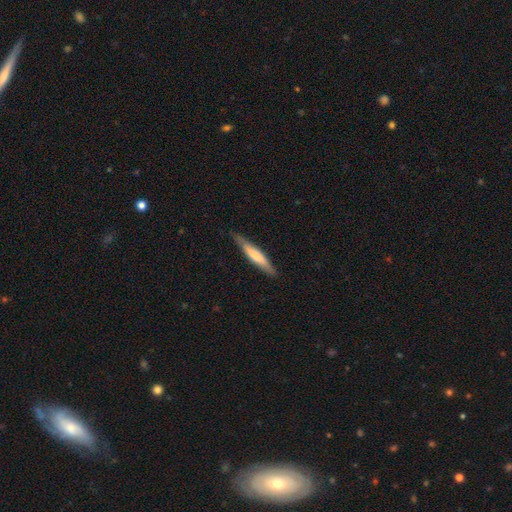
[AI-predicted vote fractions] smooth 59%, featured or disk 36%, star or artifact 5%. Down the decision tree: how rounded — cigar-shaped (91%); merging — none (81%).